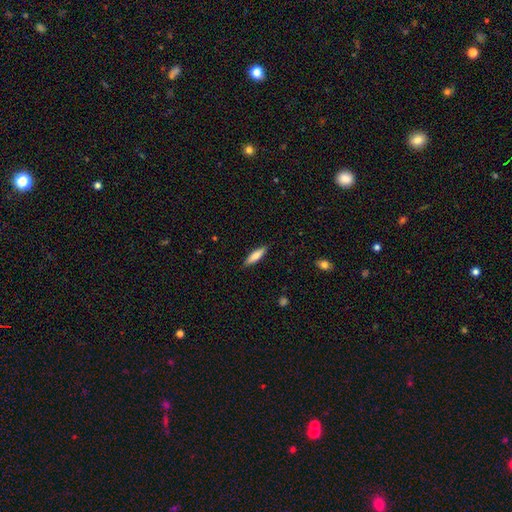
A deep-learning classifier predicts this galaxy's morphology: smooth_or_featured: smooth (p=0.73) [alt: featured or disk p=0.22]
how_rounded: cigar-shaped (p=0.71) [alt: in between p=0.27]
merging: none (p=0.88) [alt: minor disturbance p=0.09]